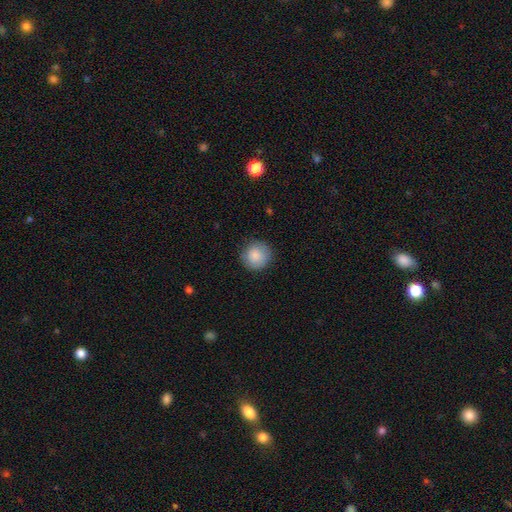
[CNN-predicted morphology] Smooth or featured: smooth — 87% (star or artifact — 7%)
How rounded: round — 92% (in between — 7%)
Merging: none — 86% (minor disturbance — 10%)